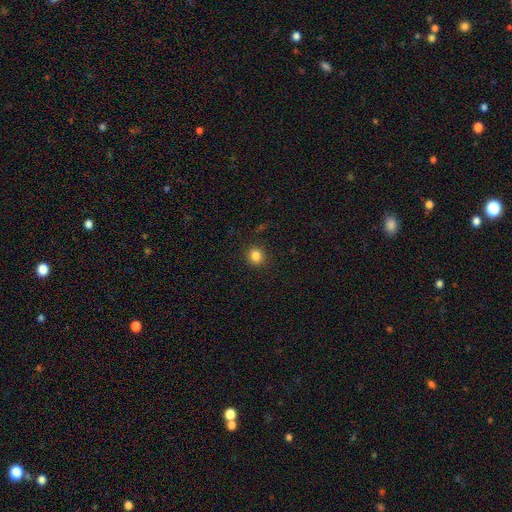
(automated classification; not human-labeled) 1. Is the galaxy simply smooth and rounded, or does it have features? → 84% smooth, 12% star or artifact, 5% featured or disk.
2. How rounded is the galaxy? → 86% round, 13% in between, 1% cigar-shaped.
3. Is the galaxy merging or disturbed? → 90% none, 6% minor disturbance, 2% major disturbance, 1% merger.